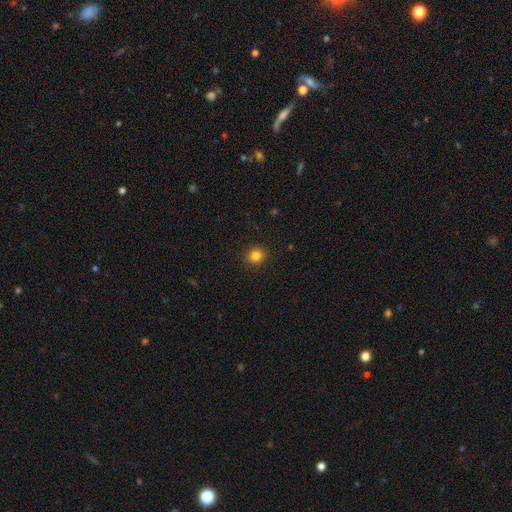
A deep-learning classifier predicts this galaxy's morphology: Smooth or featured? smooth (83%)
How rounded? round (90%)
Merging? none (92%)